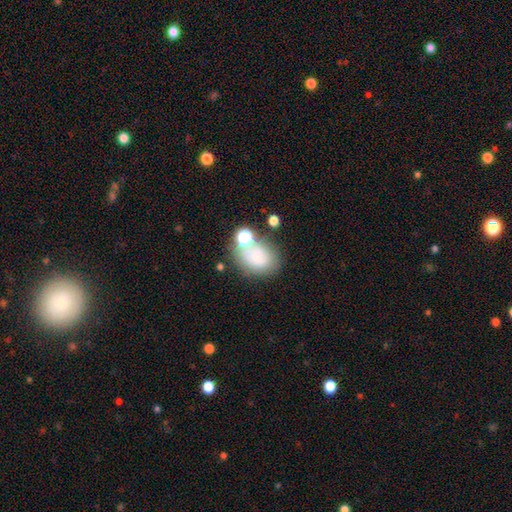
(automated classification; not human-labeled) Q: Smooth or featured?
A: smooth (67%); runner-up: featured or disk (18%)
Q: How rounded?
A: in between (57%); runner-up: round (42%)
Q: Merging?
A: none (47%); runner-up: merger (22%)